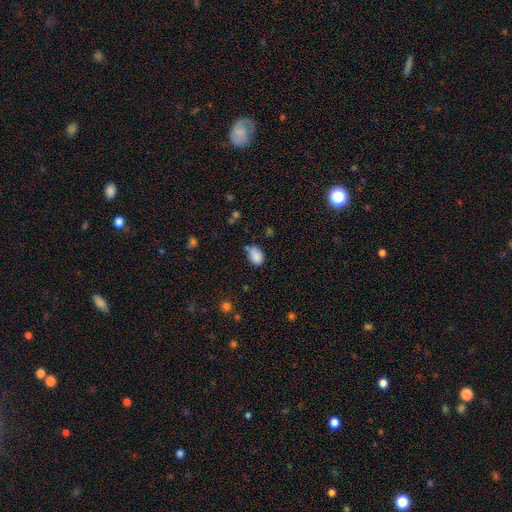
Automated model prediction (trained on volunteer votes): A smooth galaxy with no disk features (85%) that is in between round and cigar-shaped (80%).

Vote fractions:
- Smooth or featured? smooth: 85% / star or artifact: 9% / featured or disk: 5%
- How rounded? in between: 80% / round: 19% / cigar-shaped: 1%
- Merging? none: 56% / minor disturbance: 33% / major disturbance: 7% / merger: 4%